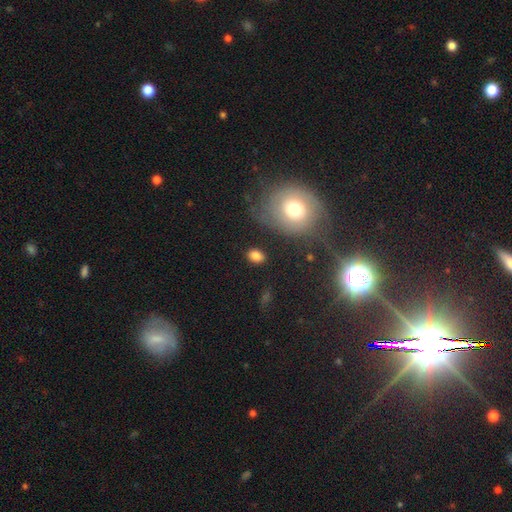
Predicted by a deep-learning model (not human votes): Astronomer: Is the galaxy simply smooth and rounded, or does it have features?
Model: smooth — 82%.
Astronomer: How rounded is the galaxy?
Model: in between — 71%.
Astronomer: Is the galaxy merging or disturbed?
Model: none — 81%.